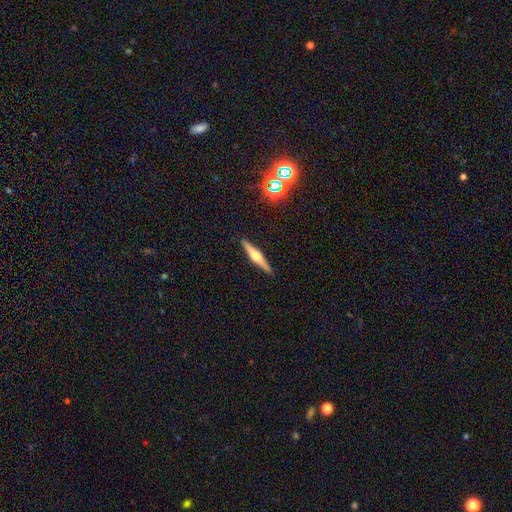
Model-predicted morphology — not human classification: This appears to be a featured or disk galaxy (74%) viewed edge-on (98%) with a rounded central bulge (93%). Merging: none (91%).